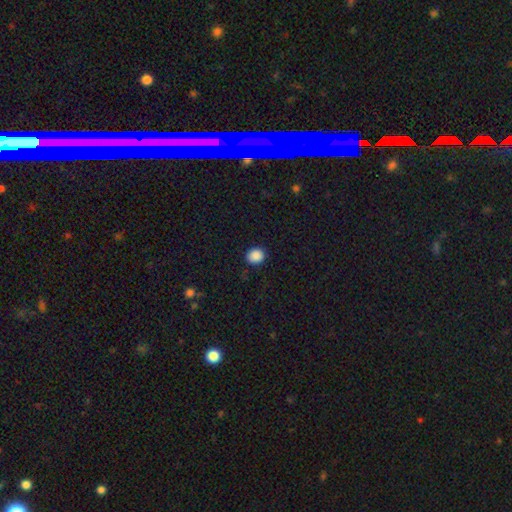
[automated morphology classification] A smooth galaxy with no disk features (89%) that is round (74%).

Vote fractions:
- Smooth or featured? smooth: 89% / star or artifact: 9% / featured or disk: 3%
- How rounded? round: 74% / in between: 25% / cigar-shaped: 1%
- Merging? none: 89% / minor disturbance: 8% / major disturbance: 2% / merger: 1%